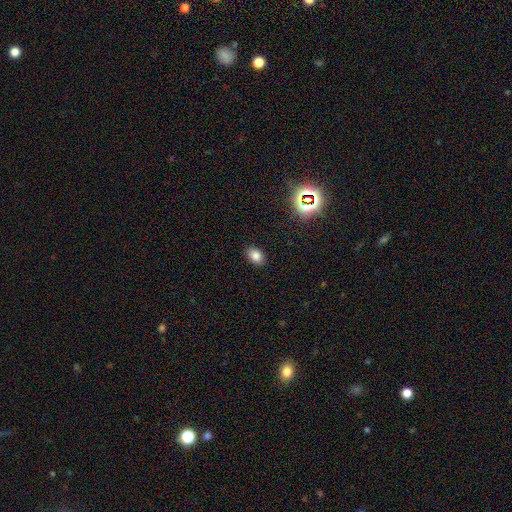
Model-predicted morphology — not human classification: Q: Smooth or featured?
A: smooth (81%); runner-up: star or artifact (13%)
Q: How rounded?
A: in between (82%); runner-up: round (16%)
Q: Merging?
A: none (88%); runner-up: minor disturbance (9%)